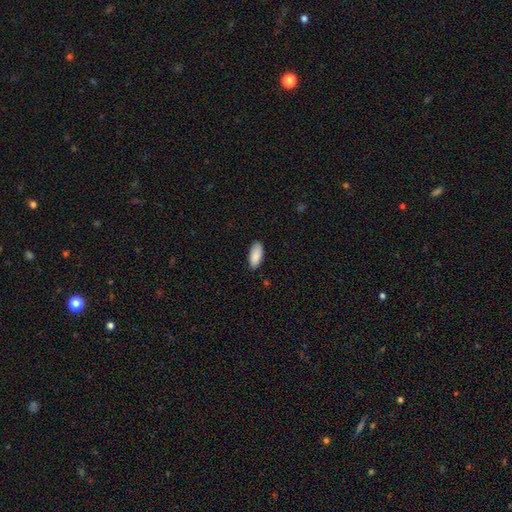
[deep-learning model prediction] smooth_or_featured: smooth (p=0.90) [alt: star or artifact p=0.06]
how_rounded: in between (p=0.88) [alt: cigar-shaped p=0.10]
merging: none (p=0.86) [alt: minor disturbance p=0.11]